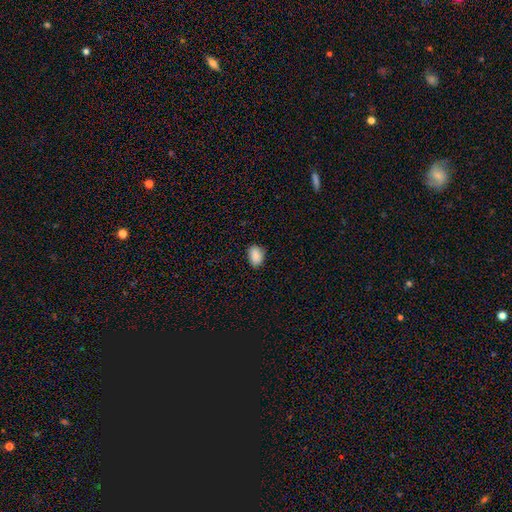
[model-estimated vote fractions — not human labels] A smooth galaxy with no disk features (88%) that is in between round and cigar-shaped (79%).

Vote fractions:
- Smooth or featured? smooth: 88% / star or artifact: 8% / featured or disk: 4%
- How rounded? in between: 79% / round: 20% / cigar-shaped: 1%
- Merging? none: 81% / minor disturbance: 16% / major disturbance: 3% / merger: 1%